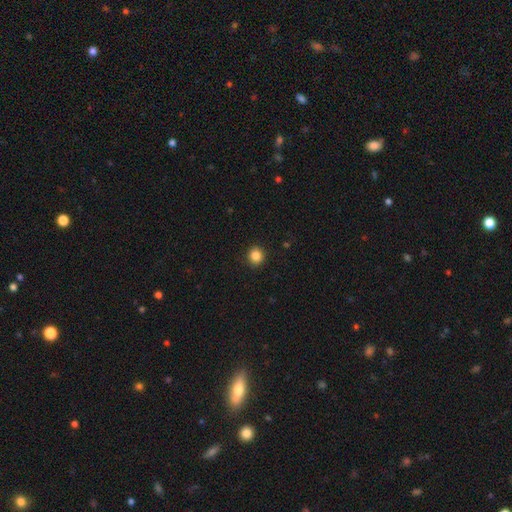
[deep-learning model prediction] A smooth galaxy with no disk features (86%) that is round (90%).

Vote fractions:
- Smooth or featured? smooth: 86% / star or artifact: 11% / featured or disk: 4%
- How rounded? round: 90% / in between: 9% / cigar-shaped: 1%
- Merging? none: 92% / minor disturbance: 5% / major disturbance: 2% / merger: 1%